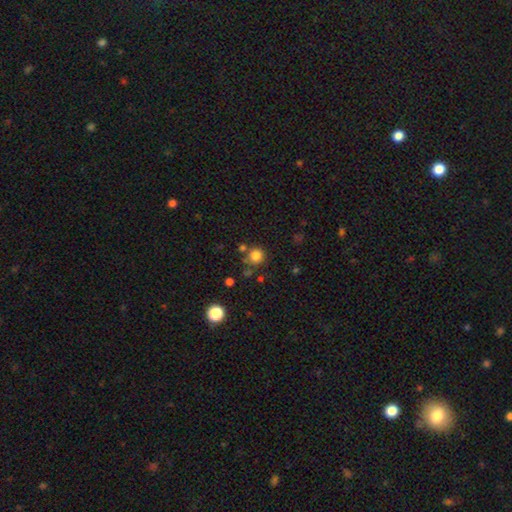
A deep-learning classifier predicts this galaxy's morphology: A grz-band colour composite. It shows a smooth galaxy with no disk features (82%) that is round (92%). Merging: none (76%).